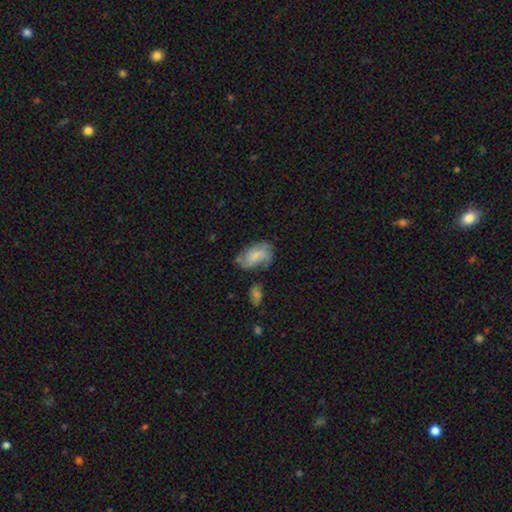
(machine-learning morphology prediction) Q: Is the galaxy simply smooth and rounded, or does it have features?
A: featured or disk — 47%.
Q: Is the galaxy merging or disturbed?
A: none — 51%.